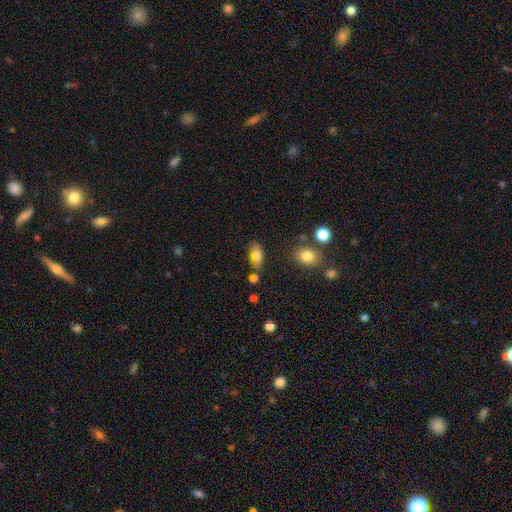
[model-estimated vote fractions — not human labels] Smooth or featured? Predicted: smooth (p=0.75). How rounded? Predicted: in between (p=0.86). Merging? Predicted: none (p=0.61).